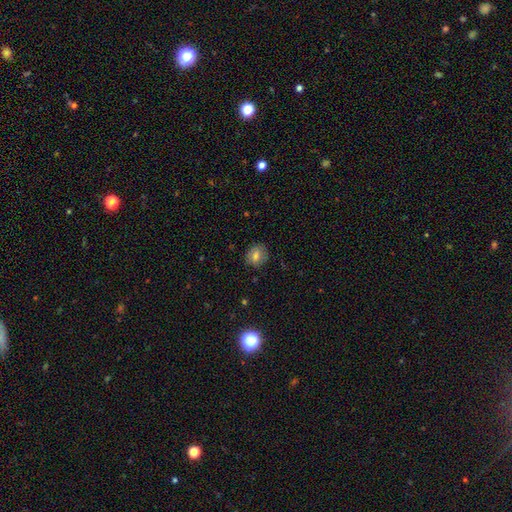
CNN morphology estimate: Smooth or featured: smooth — 75% (featured or disk — 14%)
How rounded: round — 65% (in between — 34%)
Merging: none — 83% (minor disturbance — 13%)